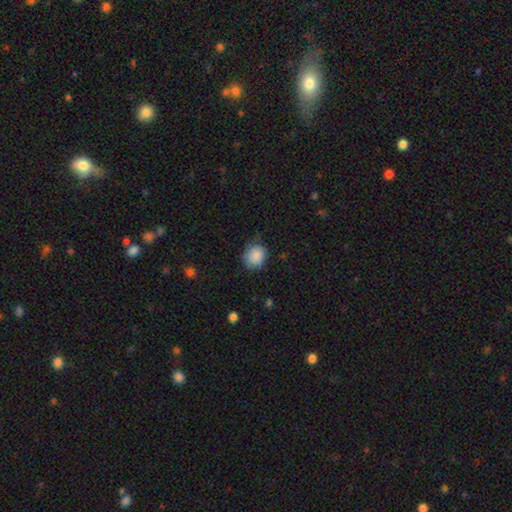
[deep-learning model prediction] A smooth galaxy with no disk features (87%) that is round (70%).

Vote fractions:
- Smooth or featured? smooth: 87% / star or artifact: 8% / featured or disk: 5%
- How rounded? round: 70% / in between: 29% / cigar-shaped: 1%
- Merging? none: 71% / minor disturbance: 23% / major disturbance: 5% / merger: 1%